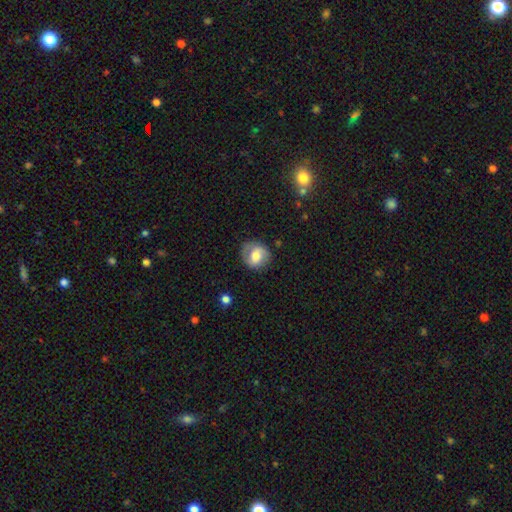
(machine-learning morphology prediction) Smooth or featured? Predicted: smooth (p=0.50). Merging? Predicted: none (p=0.75).